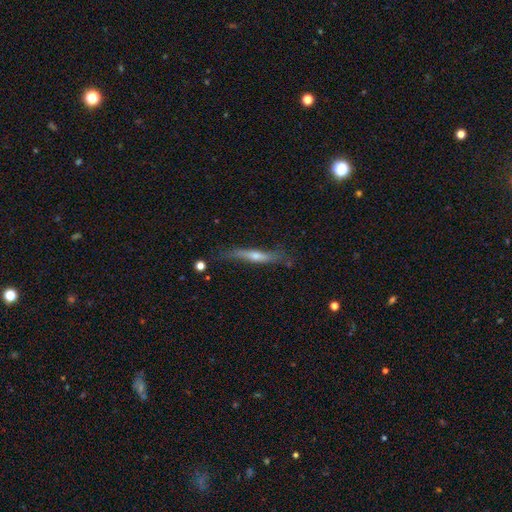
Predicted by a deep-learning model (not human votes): featured or disk 61%, smooth 32%, star or artifact 7%. Down the decision tree: edge-on disk — yes (92%); edge-on bulge — rounded (76%); merging — none (74%).